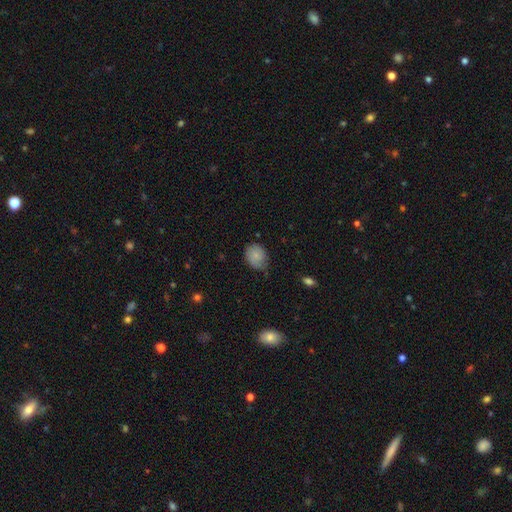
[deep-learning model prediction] Smooth or featured?
  - smooth: 80% *
  - featured or disk: 12%
  - star or artifact: 8%
How rounded?
  - round: 57% *
  - in between: 42%
  - cigar-shaped: 1%
Merging?
  - none: 63% *
  - minor disturbance: 30%
  - major disturbance: 5%
  - merger: 2%